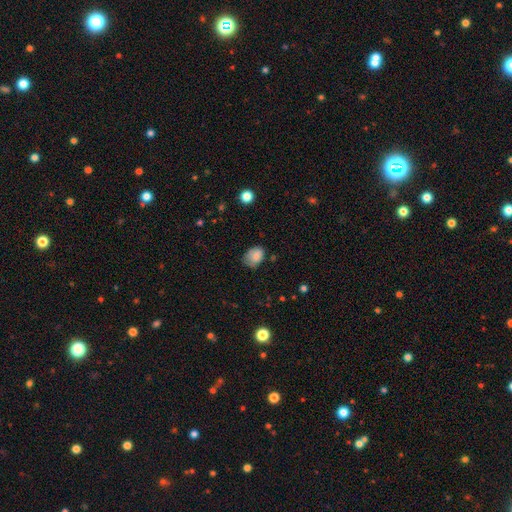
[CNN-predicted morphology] Smooth or featured?
  - smooth: 80% *
  - featured or disk: 11%
  - star or artifact: 9%
How rounded?
  - in between: 72% *
  - round: 27%
  - cigar-shaped: 1%
Merging?
  - none: 54% *
  - minor disturbance: 35%
  - major disturbance: 10%
  - merger: 2%